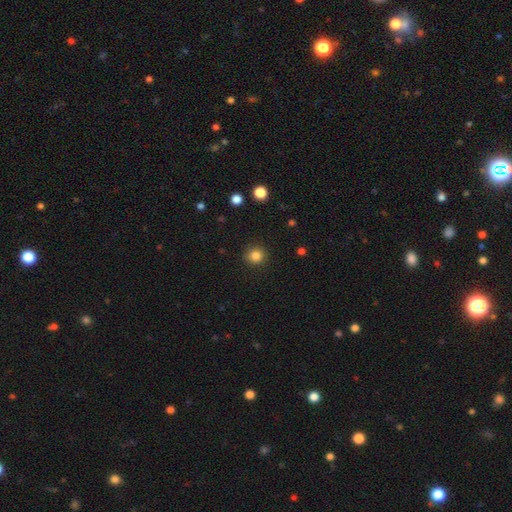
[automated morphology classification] A smooth galaxy with no disk features (85%) that is round (90%).

Vote fractions:
- Smooth or featured? smooth: 85% / star or artifact: 11% / featured or disk: 4%
- How rounded? round: 90% / in between: 9% / cigar-shaped: 1%
- Merging? none: 89% / minor disturbance: 7% / major disturbance: 2% / merger: 1%